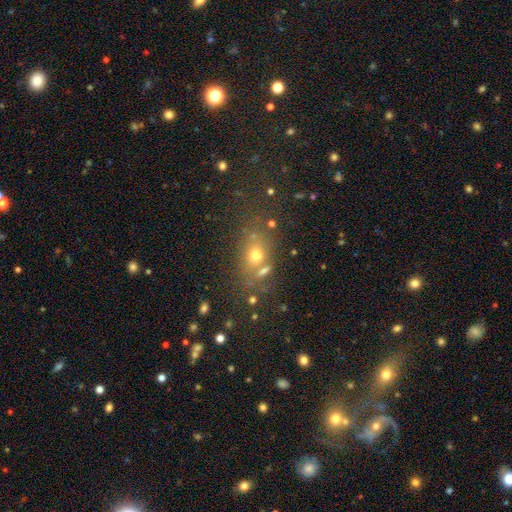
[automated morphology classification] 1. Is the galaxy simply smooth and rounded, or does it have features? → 61% smooth, 22% star or artifact, 17% featured or disk.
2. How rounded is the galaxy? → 60% in between, 36% round, 4% cigar-shaped.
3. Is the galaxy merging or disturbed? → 58% none, 19% merger, 14% minor disturbance, 8% major disturbance.